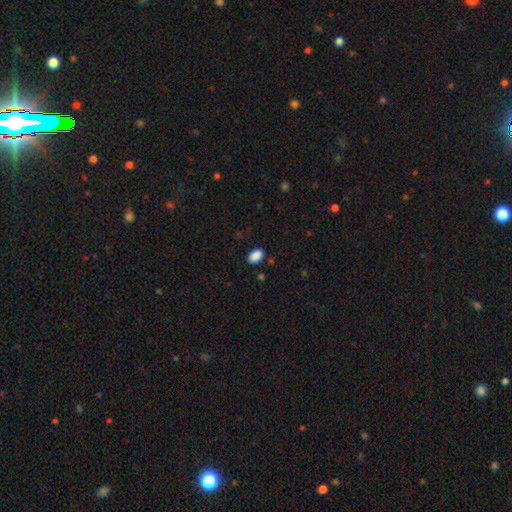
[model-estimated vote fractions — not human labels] Q: Smooth or featured?
A: smooth (89%); runner-up: star or artifact (8%)
Q: How rounded?
A: in between (92%); runner-up: round (7%)
Q: Merging?
A: none (86%); runner-up: minor disturbance (10%)